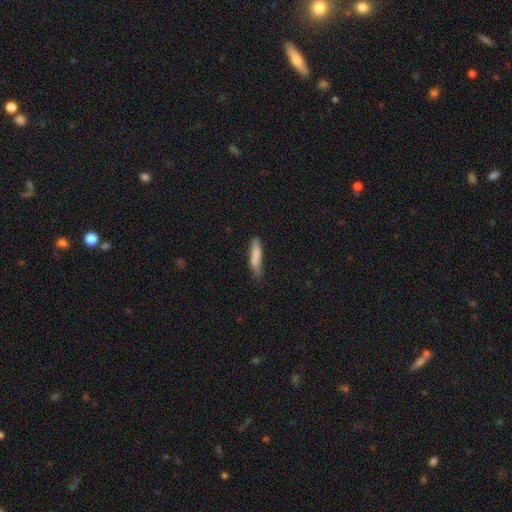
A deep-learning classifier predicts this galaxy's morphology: smooth 75%, featured or disk 18%, star or artifact 7%. Down the decision tree: how rounded — cigar-shaped (84%); merging — none (64%).